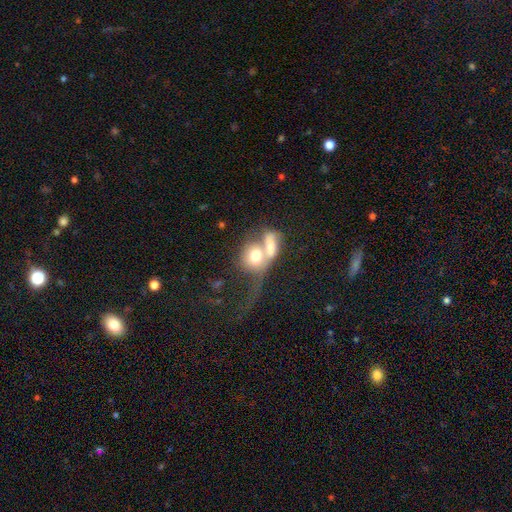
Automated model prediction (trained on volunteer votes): Smooth or featured: smooth — 62% (featured or disk — 30%)
How rounded: round — 49% (in between — 47%)
Merging: merger — 71% (major disturbance — 13%)